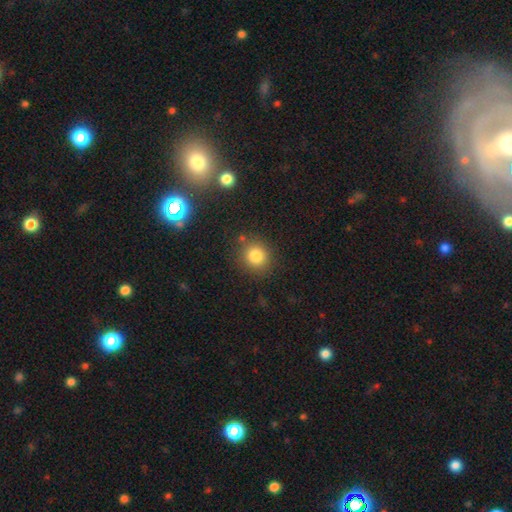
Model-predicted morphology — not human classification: smooth 81%, star or artifact 12%, featured or disk 6%. Down the decision tree: how rounded — round (85%); merging — none (83%).